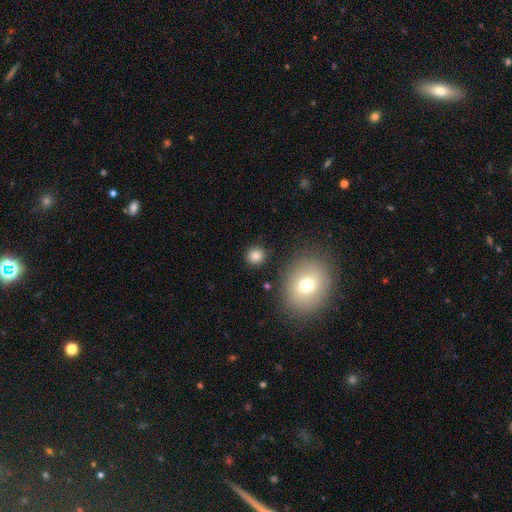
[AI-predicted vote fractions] Q: Smooth or featured?
A: smooth (83%); runner-up: star or artifact (12%)
Q: How rounded?
A: round (88%); runner-up: in between (11%)
Q: Merging?
A: none (87%); runner-up: minor disturbance (7%)